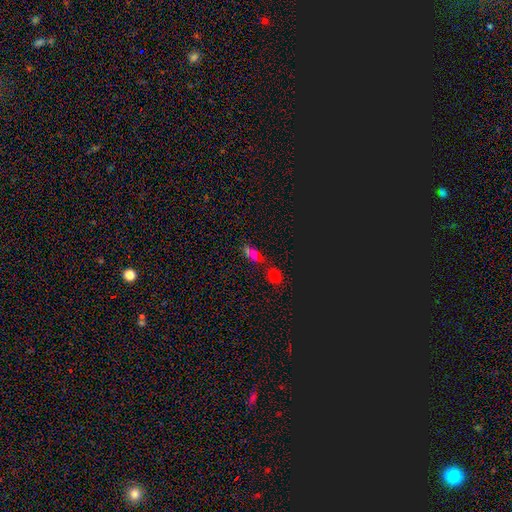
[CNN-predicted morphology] star or artifact 45%, smooth 44%, featured or disk 11%.